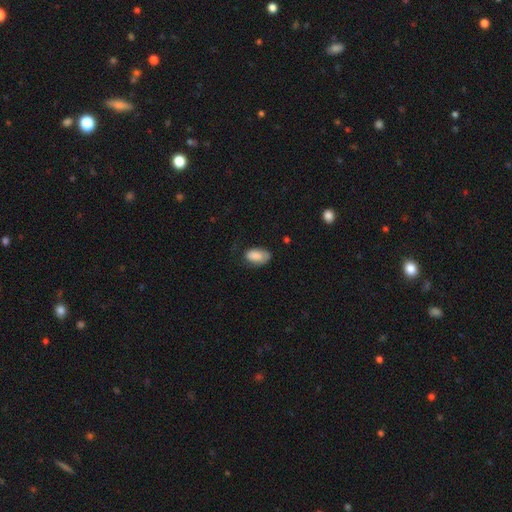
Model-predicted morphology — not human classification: type=smooth (83%); roundness=in between (93%); merging=none (51%).